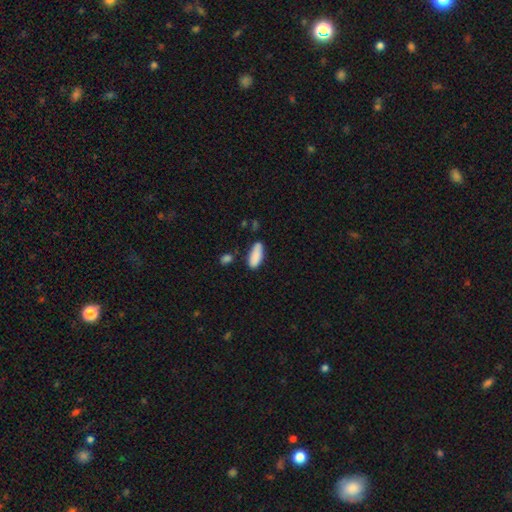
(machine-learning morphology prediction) smooth 87%, star or artifact 7%, featured or disk 6%. Down the decision tree: how rounded — in between (73%); merging — none (73%).